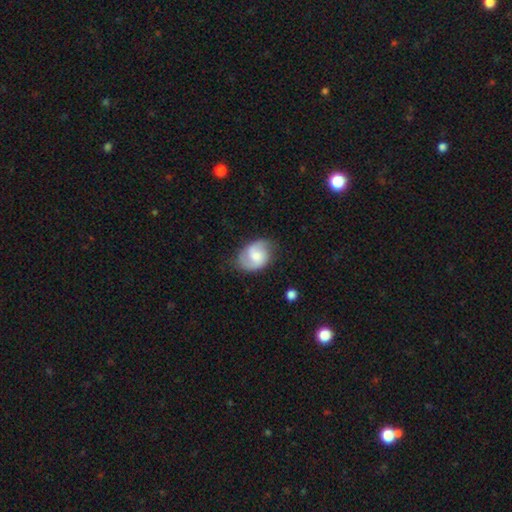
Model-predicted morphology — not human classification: A featured or disk galaxy (66%) with a weak bar (48%), 2 (88%) medium (49%) spiral arms (93%) and a moderate central bulge (49%).

Vote fractions:
- Smooth or featured? featured or disk: 66% / smooth: 28% / star or artifact: 6%
- Edge-on disk? no: 98% / yes: 2%
- Bar? weak: 48% / no: 44% / strong: 9%
- Spiral arms? yes: 93% / no: 7%
- Spiral winding? medium: 49% / loose: 31% / tight: 20%
- Spiral arm count? 2: 88% / can't tell: 6% / 1: 3% / 3: 1% / 4: 1% / more than 4: 1%
- Bulge size? moderate: 49% / small: 32% / large: 10% / none: 8% / dominant: 2%
- Merging? none: 74% / minor disturbance: 19% / major disturbance: 6% / merger: 1%